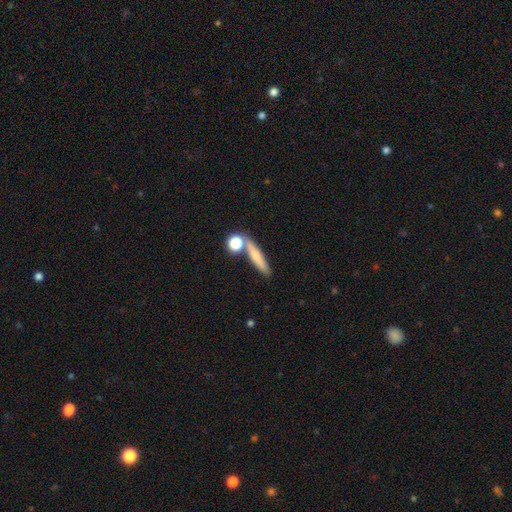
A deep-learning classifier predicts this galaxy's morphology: This is likely a smooth galaxy (64%). How rounded: likely cigar-shaped (70%). Merging: likely none (67%).